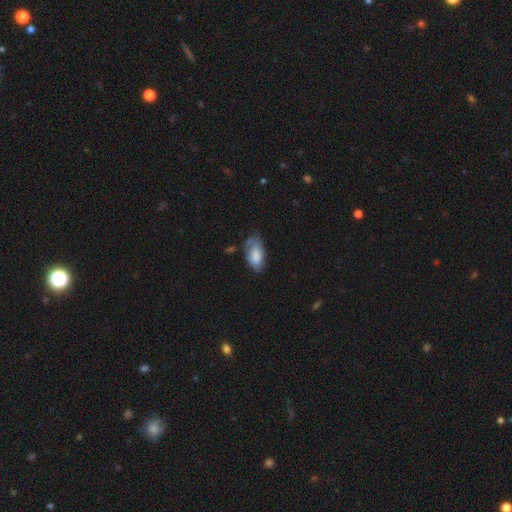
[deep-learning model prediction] smooth-or-featured: smooth: 74% | featured or disk: 19% | star or artifact: 7%
  how-rounded: in between: 93% | cigar-shaped: 4% | round: 3%
  merging: none: 47% | minor disturbance: 35% | major disturbance: 15% | merger: 4%